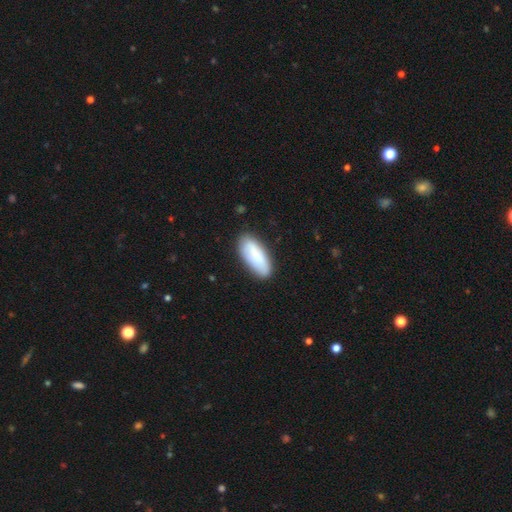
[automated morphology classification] Smooth or featured? Predicted: smooth (p=0.82). How rounded? Predicted: in between (p=0.81). Merging? Predicted: none (p=0.81).